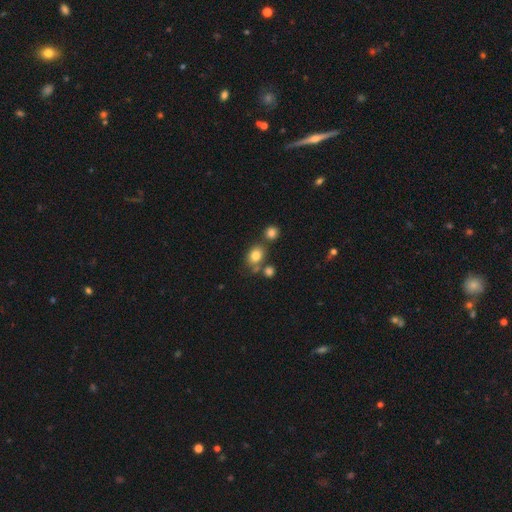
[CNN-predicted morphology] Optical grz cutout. It shows a smooth galaxy with no disk features (79%) that is round (51%). Merging: none (63%).